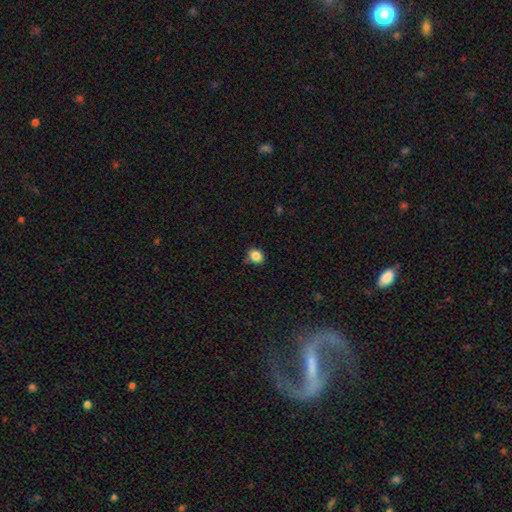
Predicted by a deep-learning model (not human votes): Q: Smooth or featured?
A: smooth (86%); runner-up: star or artifact (10%)
Q: How rounded?
A: round (58%); runner-up: in between (41%)
Q: Merging?
A: none (72%); runner-up: minor disturbance (22%)